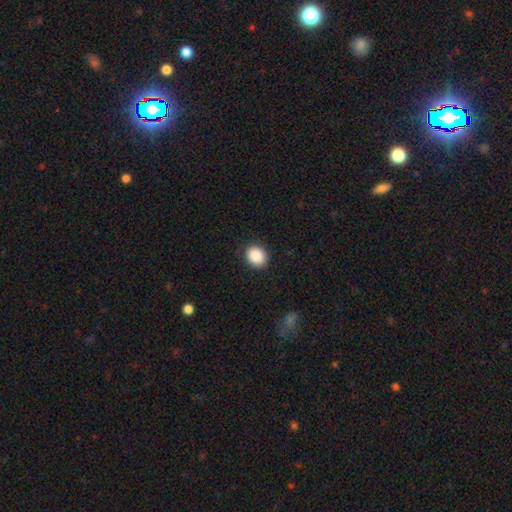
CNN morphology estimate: This appears to be a smooth galaxy with no disk features (88%) that is round (69%). Merging: none (88%).